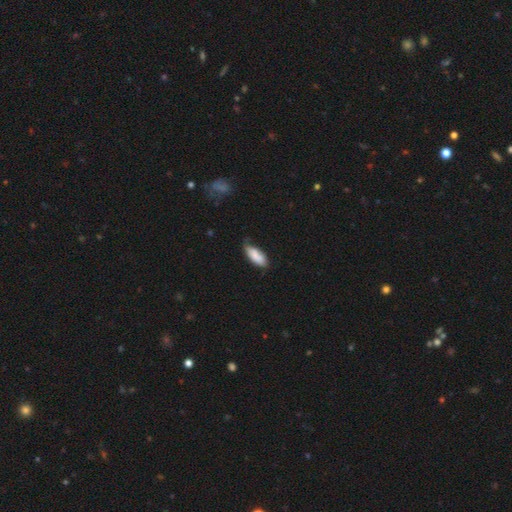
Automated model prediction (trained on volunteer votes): smooth_or_featured: smooth (p=0.82) [alt: featured or disk p=0.12]
how_rounded: in between (p=0.76) [alt: cigar-shaped p=0.22]
merging: none (p=0.51) [alt: minor disturbance p=0.39]